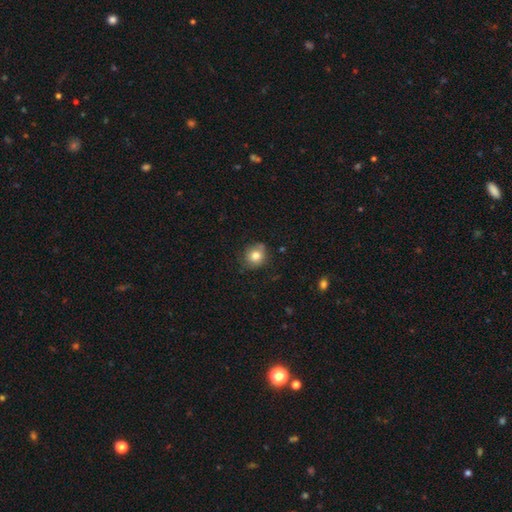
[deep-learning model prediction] The model was most divided on "merging": none: 75%, minor disturbance: 19%, major disturbance: 4%, merger: 2%. More confident: how rounded — round (81%); smooth or featured — smooth (80%).